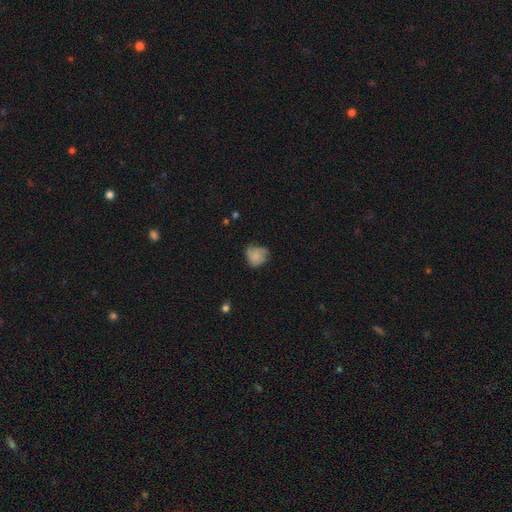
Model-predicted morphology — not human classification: smooth_or_featured: smooth (p=0.68) [alt: featured or disk p=0.23]
how_rounded: round (p=0.73) [alt: in between p=0.26]
merging: none (p=0.52) [alt: minor disturbance p=0.34]